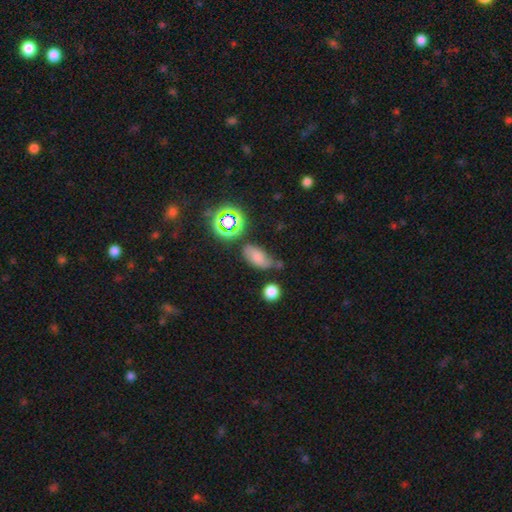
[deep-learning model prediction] Smooth or featured? smooth (57%)
How rounded? in between (85%)
Merging? none (52%)